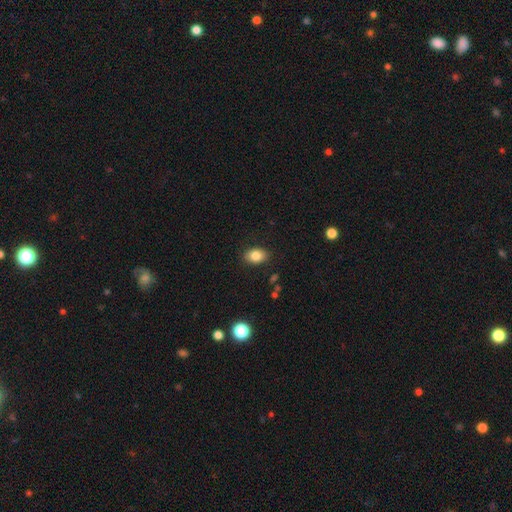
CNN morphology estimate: Smooth or featured? Predicted: smooth (p=0.84). How rounded? Predicted: in between (p=0.83). Merging? Predicted: none (p=0.87).